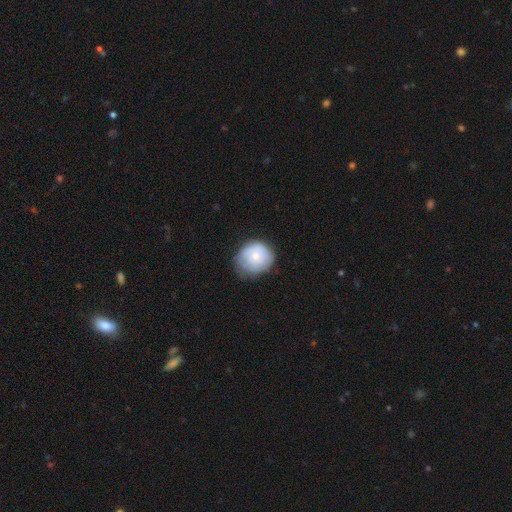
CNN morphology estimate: Smooth or featured? Predicted: smooth (p=0.65). How rounded? Predicted: round (p=0.82). Merging? Predicted: none (p=0.58).